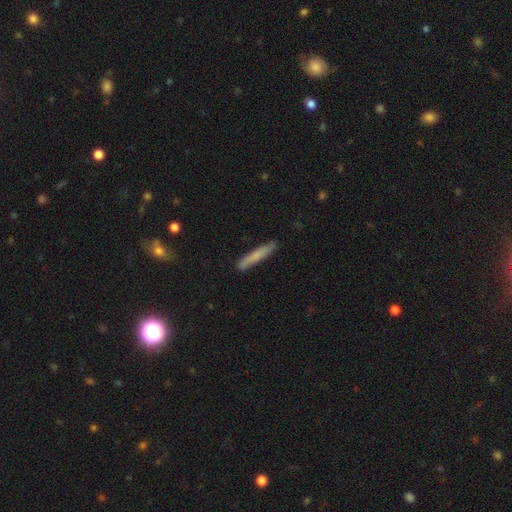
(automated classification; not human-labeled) This appears to be a smooth galaxy with no disk features (70%) that is cigar-shaped (94%). Merging: none (86%).